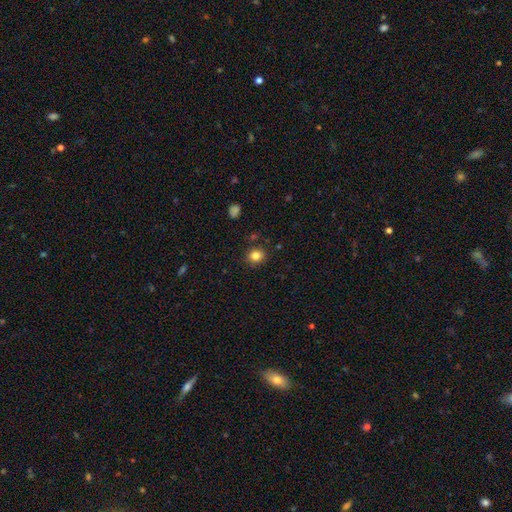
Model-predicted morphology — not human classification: A smooth galaxy with no disk features (82%) that is round (77%).

Vote fractions:
- Smooth or featured? smooth: 82% / star or artifact: 11% / featured or disk: 6%
- How rounded? round: 77% / in between: 22% / cigar-shaped: 1%
- Merging? none: 86% / minor disturbance: 9% / major disturbance: 2% / merger: 2%